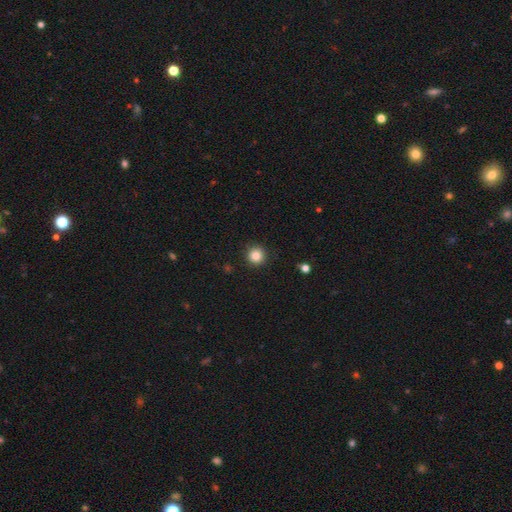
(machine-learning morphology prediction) A smooth galaxy with no disk features (85%) that is round (94%).

Vote fractions:
- Smooth or featured? smooth: 85% / star or artifact: 11% / featured or disk: 4%
- How rounded? round: 94% / in between: 5% / cigar-shaped: 1%
- Merging? none: 90% / minor disturbance: 7% / major disturbance: 2% / merger: 1%